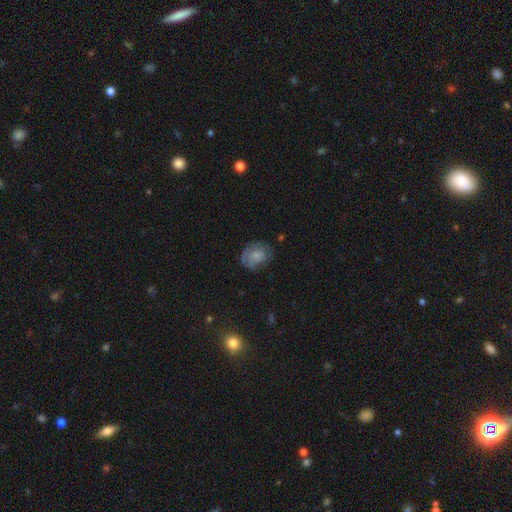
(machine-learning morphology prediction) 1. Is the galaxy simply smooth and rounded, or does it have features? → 52% smooth, 39% featured or disk, 9% star or artifact.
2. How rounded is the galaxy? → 53% round, 46% in between, 1% cigar-shaped.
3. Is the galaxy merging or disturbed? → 62% none, 24% minor disturbance, 12% major disturbance, 2% merger.